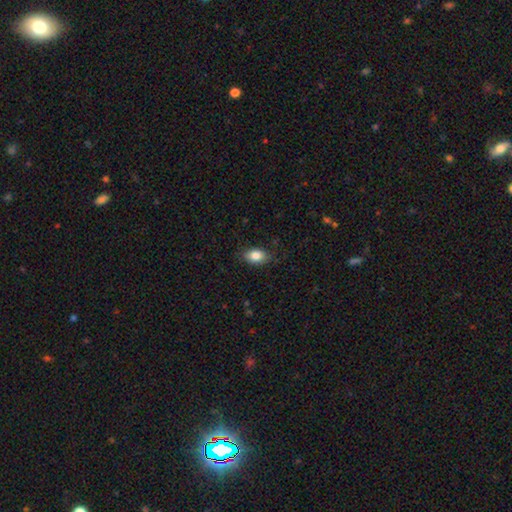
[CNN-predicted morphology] This appears to be a smooth galaxy with no disk features (84%) that is in between round and cigar-shaped (85%). Merging: none (83%).